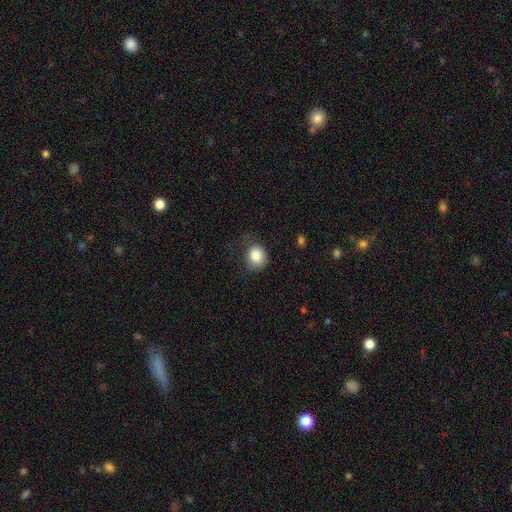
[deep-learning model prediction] Morphology: type=smooth (83%); roundness=round (69%); merging=none (58%).